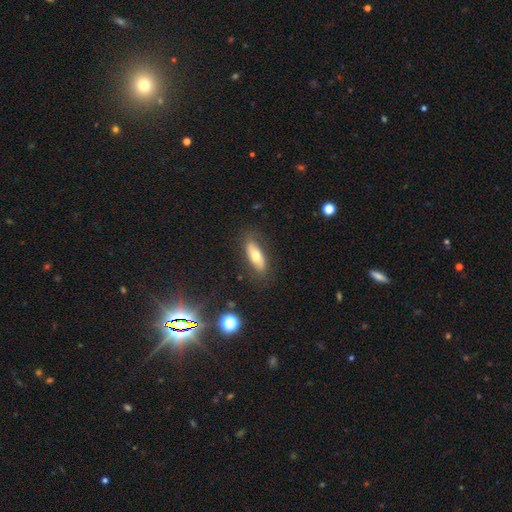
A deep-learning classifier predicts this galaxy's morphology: A smooth galaxy with no disk features (60%) that is in between round and cigar-shaped (65%). Merging: none (81%).